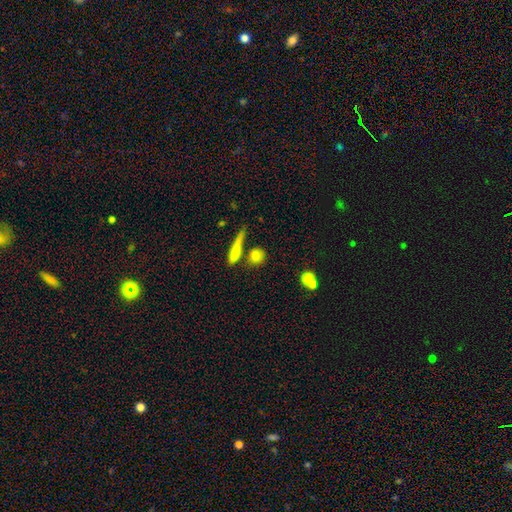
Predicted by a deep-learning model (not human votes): Morphology: type=smooth (80%); roundness=round (64%); merging=none (68%).